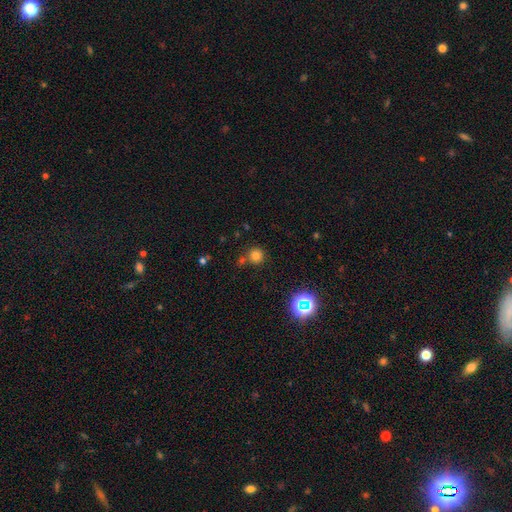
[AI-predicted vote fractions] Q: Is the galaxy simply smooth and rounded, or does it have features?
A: smooth — 73%.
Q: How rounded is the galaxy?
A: round — 93%.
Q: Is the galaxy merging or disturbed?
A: none — 74%.